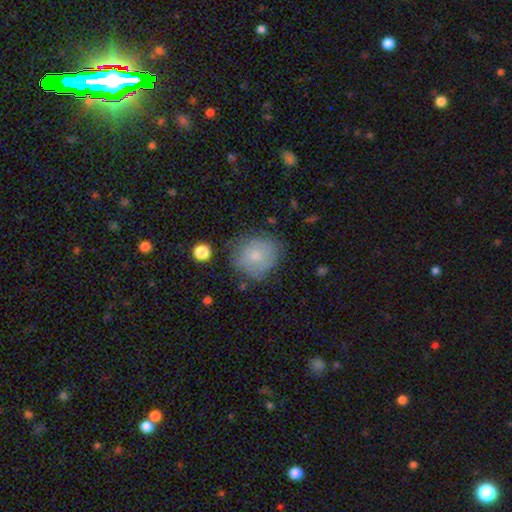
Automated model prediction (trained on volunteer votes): Q: Smooth or featured?
A: smooth (71%); runner-up: featured or disk (21%)
Q: How rounded?
A: round (79%); runner-up: in between (20%)
Q: Merging?
A: none (64%); runner-up: minor disturbance (24%)